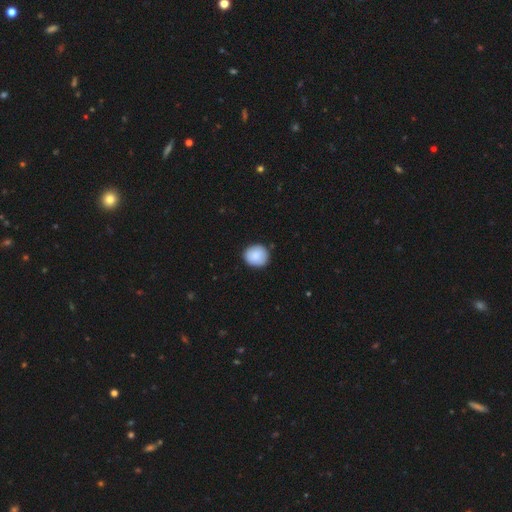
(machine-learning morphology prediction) This is clearly a smooth galaxy (85%). How rounded: clearly round (84%). Merging: clearly none (86%).